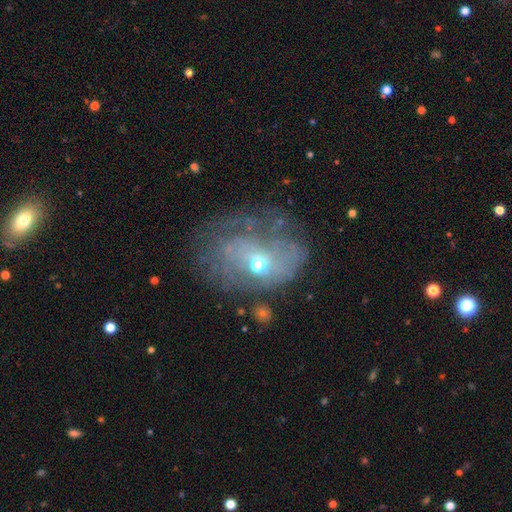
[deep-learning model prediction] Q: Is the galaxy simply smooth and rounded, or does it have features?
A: featured or disk — 56%.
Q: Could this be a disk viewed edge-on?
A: no — 95%.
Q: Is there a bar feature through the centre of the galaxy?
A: no — 77%.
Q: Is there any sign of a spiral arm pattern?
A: no — 58%.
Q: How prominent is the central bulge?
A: small — 51%.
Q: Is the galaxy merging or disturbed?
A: none — 46%.